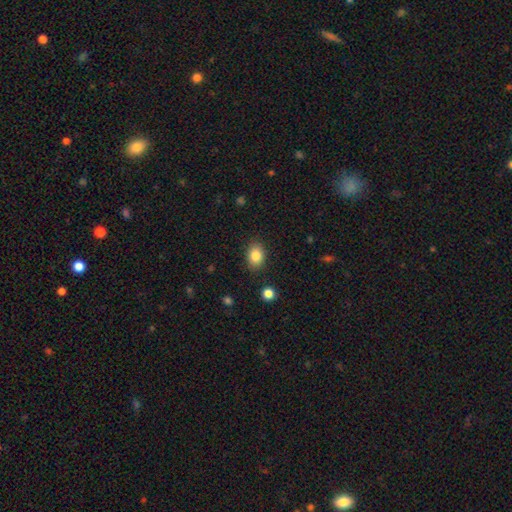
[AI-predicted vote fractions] Smooth or featured?
  - smooth: 84% *
  - star or artifact: 9%
  - featured or disk: 7%
How rounded?
  - in between: 70% *
  - round: 29%
  - cigar-shaped: 1%
Merging?
  - none: 86% *
  - minor disturbance: 10%
  - major disturbance: 3%
  - merger: 2%